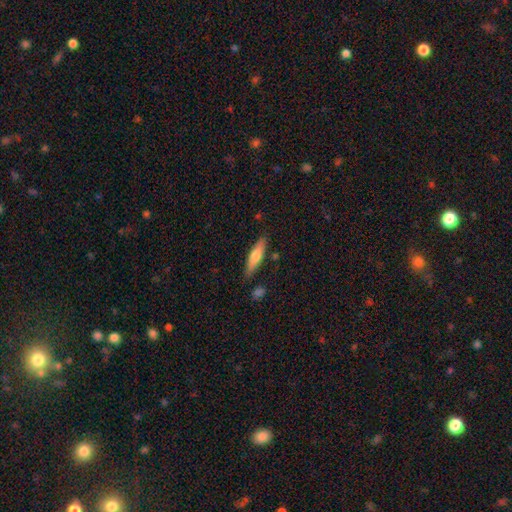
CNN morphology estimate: Smooth or featured? smooth (65%)
How rounded? cigar-shaped (70%)
Merging? none (82%)